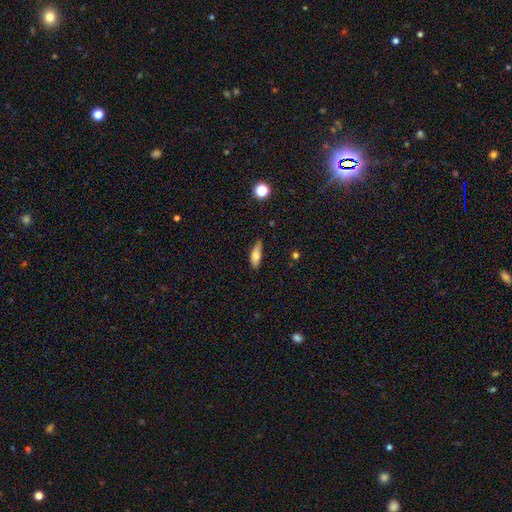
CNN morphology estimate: This appears to be a smooth galaxy with no disk features (76%) that is in between round and cigar-shaped (62%). Merging: none (67%).